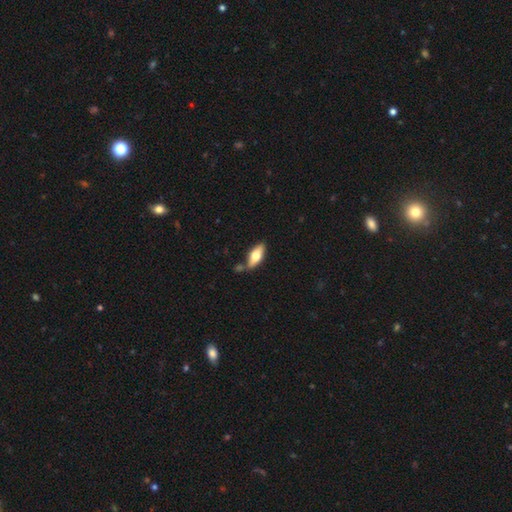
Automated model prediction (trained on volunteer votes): Smooth or featured: smooth — 57% (featured or disk — 37%)
How rounded: in between — 73% (cigar-shaped — 25%)
Merging: none — 72% (minor disturbance — 15%)